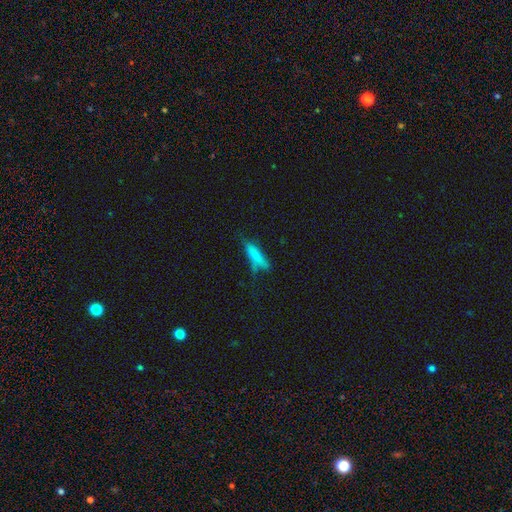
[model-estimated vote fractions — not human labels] Smooth or featured? Predicted: smooth (p=0.72). How rounded? Predicted: cigar-shaped (p=0.69). Merging? Predicted: none (p=0.52).